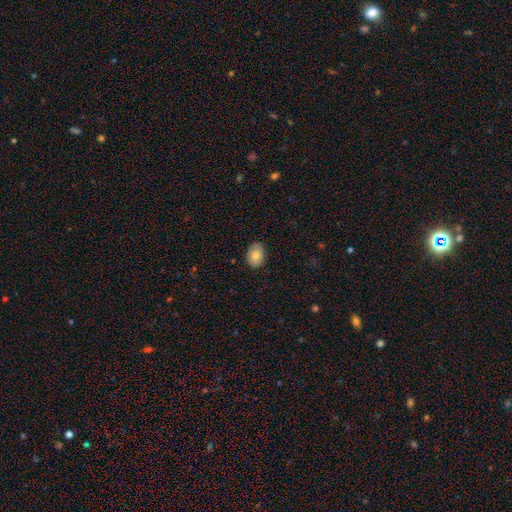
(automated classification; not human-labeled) This is likely a smooth galaxy (80%). How rounded: likely in between (80%). Merging: clearly none (86%).